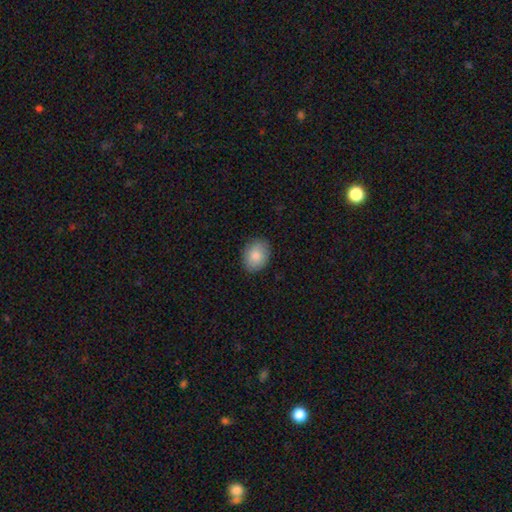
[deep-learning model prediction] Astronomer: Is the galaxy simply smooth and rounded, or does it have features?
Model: smooth — 85%.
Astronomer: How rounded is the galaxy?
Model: in between — 68%.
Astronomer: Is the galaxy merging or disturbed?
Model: none — 87%.